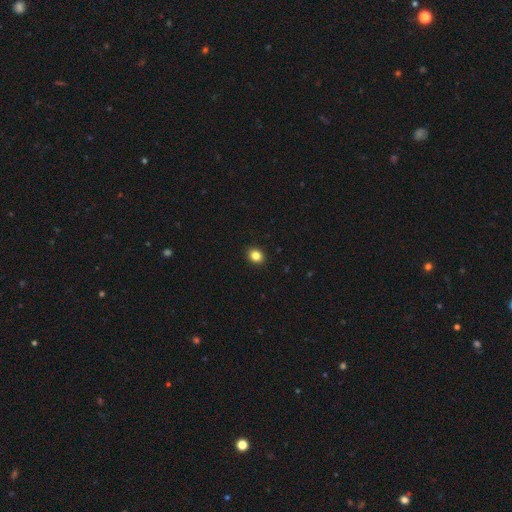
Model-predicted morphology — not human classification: Q: Smooth or featured?
A: smooth (84%); runner-up: star or artifact (11%)
Q: How rounded?
A: round (64%); runner-up: in between (35%)
Q: Merging?
A: none (92%); runner-up: minor disturbance (5%)